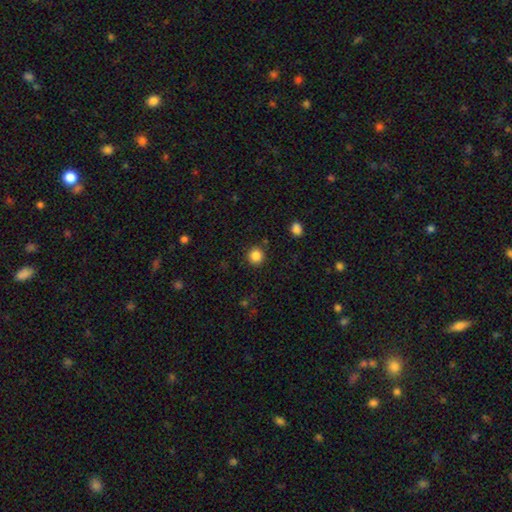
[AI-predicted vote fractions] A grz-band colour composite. It shows a smooth galaxy with no disk features (86%) that is round (93%). Merging: none (90%).